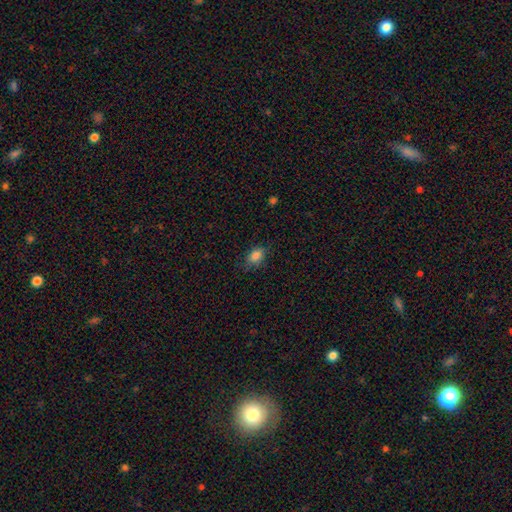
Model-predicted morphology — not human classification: The model was most divided on "merging": none: 76%, minor disturbance: 18%, major disturbance: 5%, merger: 1%. More confident: smooth or featured — smooth (84%); how rounded — in between (79%).